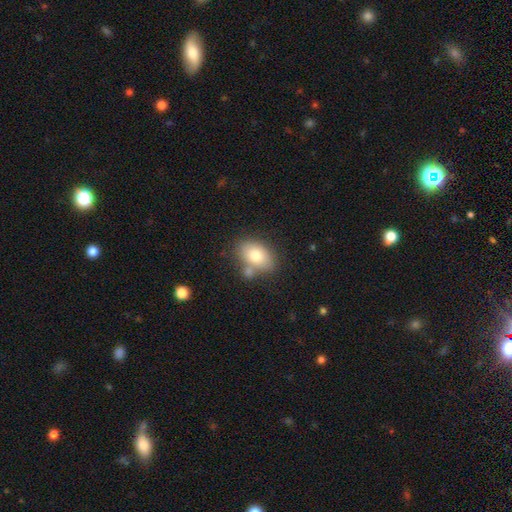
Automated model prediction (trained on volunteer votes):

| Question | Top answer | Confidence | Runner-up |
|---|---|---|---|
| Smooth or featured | smooth | 78% | featured or disk (14%) |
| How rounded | in between | 85% | round (14%) |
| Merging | none | 62% | merger (17%) |